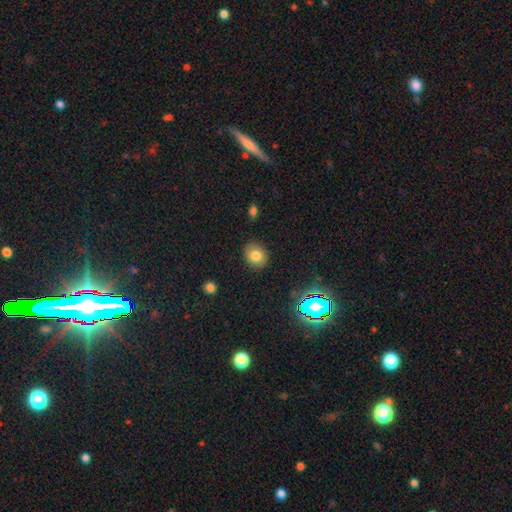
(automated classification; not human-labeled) A smooth galaxy with no disk features (80%) that is round (68%).

Vote fractions:
- Smooth or featured? smooth: 80% / star or artifact: 12% / featured or disk: 8%
- How rounded? round: 68% / in between: 31% / cigar-shaped: 1%
- Merging? none: 87% / minor disturbance: 9% / major disturbance: 2% / merger: 1%